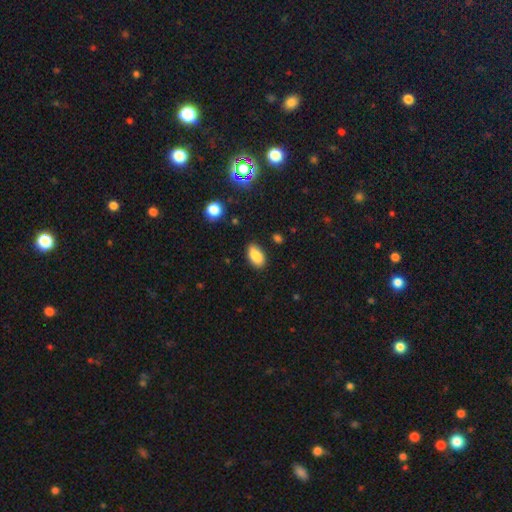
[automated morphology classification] smooth_or_featured: smooth (p=0.87) [alt: star or artifact p=0.08]
how_rounded: in between (p=0.92) [alt: round p=0.04]
merging: none (p=0.81) [alt: minor disturbance p=0.15]